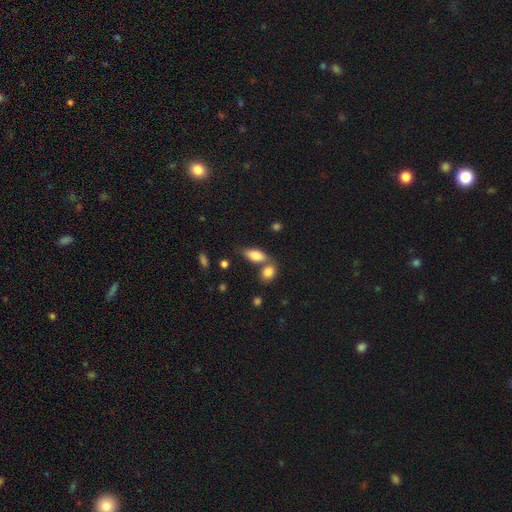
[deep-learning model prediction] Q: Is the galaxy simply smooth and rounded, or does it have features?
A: smooth — 80%.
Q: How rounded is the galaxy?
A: in between — 83%.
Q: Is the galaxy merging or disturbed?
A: none — 52%.